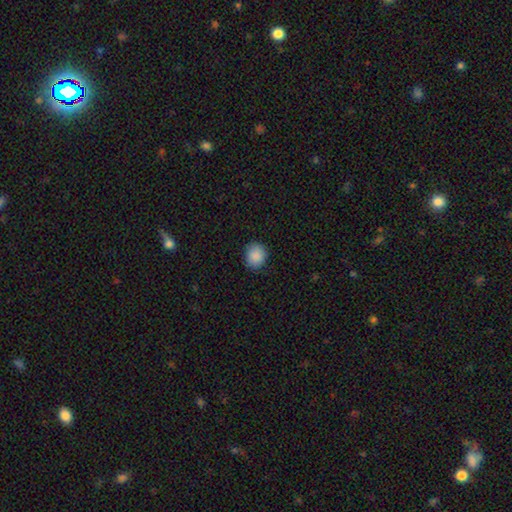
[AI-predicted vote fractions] The model was most divided on "how rounded": round: 74%, in between: 25%, cigar-shaped: 1%. More confident: smooth or featured — smooth (88%); merging — none (84%).